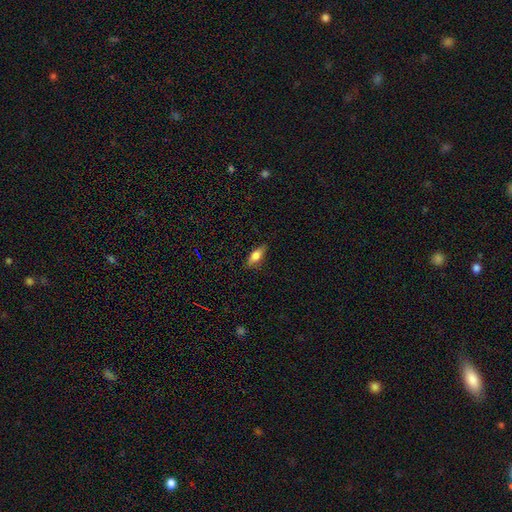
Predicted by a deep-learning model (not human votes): Smooth or featured? smooth (69%)
How rounded? in between (73%)
Merging? none (81%)